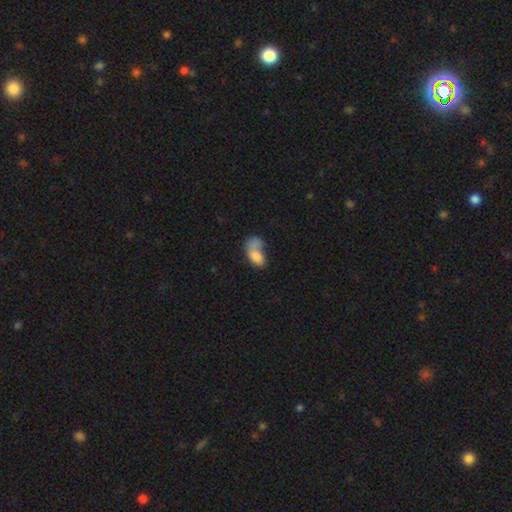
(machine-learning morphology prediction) Smooth or featured? Predicted: smooth (p=0.72). How rounded? Predicted: in between (p=0.90). Merging? Predicted: major disturbance (p=0.32).